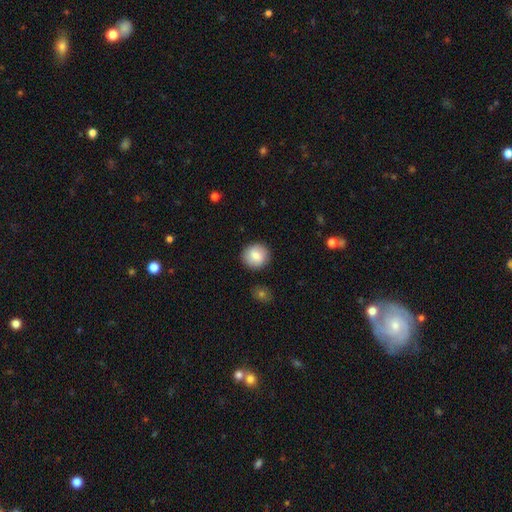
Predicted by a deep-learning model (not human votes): This is clearly a smooth galaxy (83%). How rounded: clearly round (86%). Merging: clearly none (89%).